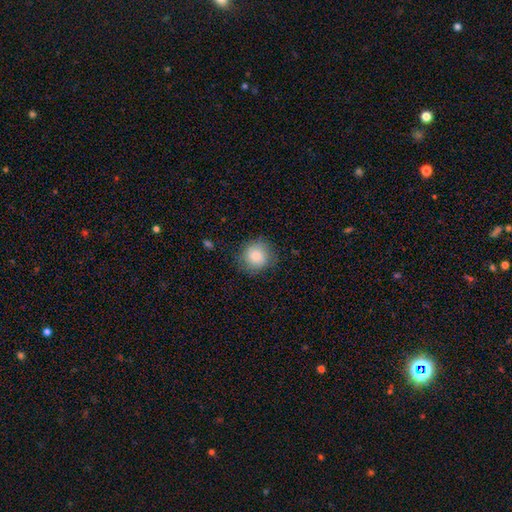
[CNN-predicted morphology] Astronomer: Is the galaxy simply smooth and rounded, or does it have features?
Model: smooth — 84%.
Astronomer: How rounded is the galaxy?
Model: round — 89%.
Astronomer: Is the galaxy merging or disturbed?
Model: none — 80%.